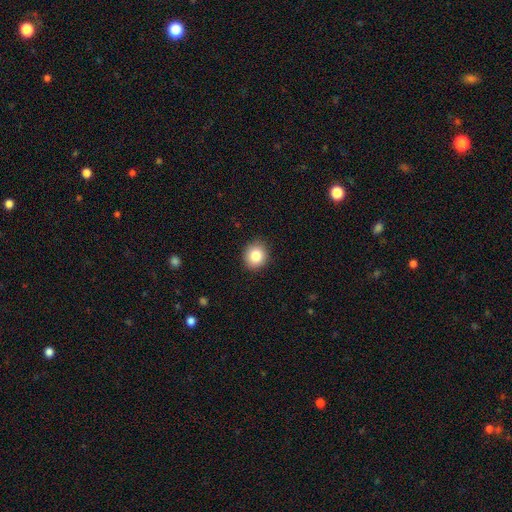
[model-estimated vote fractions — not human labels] Smooth or featured?
  - smooth: 84% *
  - star or artifact: 9%
  - featured or disk: 7%
How rounded?
  - round: 80% *
  - in between: 19%
  - cigar-shaped: 1%
Merging?
  - none: 90% *
  - minor disturbance: 7%
  - major disturbance: 2%
  - merger: 1%